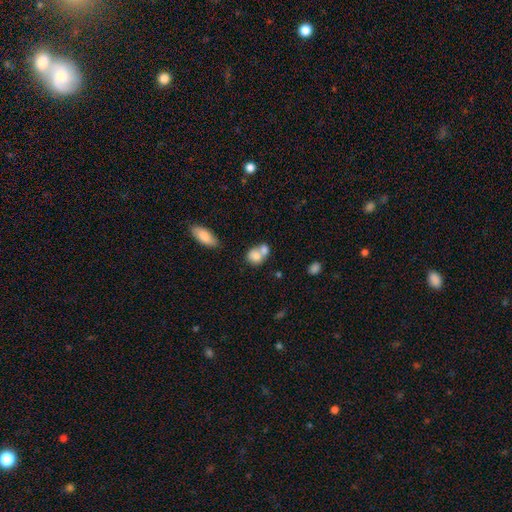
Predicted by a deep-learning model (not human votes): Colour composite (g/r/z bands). It shows a smooth galaxy with no disk features (75%) that is round (55%). Merging: merger (59%).